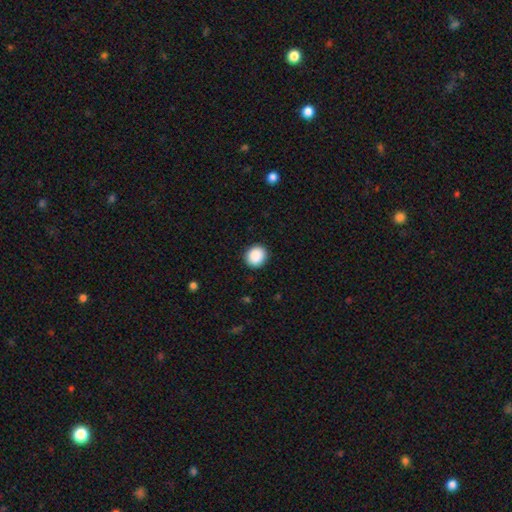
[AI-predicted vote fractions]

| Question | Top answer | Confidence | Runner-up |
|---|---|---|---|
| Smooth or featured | smooth | 90% | star or artifact (8%) |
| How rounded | round | 85% | in between (14%) |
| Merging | none | 92% | minor disturbance (6%) |